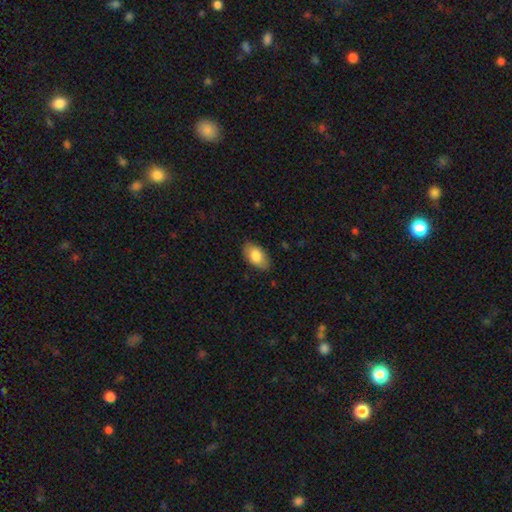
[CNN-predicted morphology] smooth 83%, featured or disk 11%, star or artifact 6%. Down the decision tree: how rounded — in between (94%); merging — none (84%).